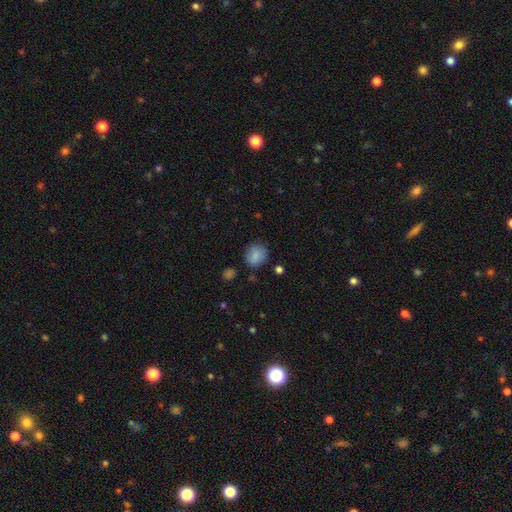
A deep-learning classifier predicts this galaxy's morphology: smooth-or-featured: smooth: 84% | star or artifact: 10% | featured or disk: 6%
  how-rounded: round: 71% | in between: 28% | cigar-shaped: 1%
  merging: none: 77% | minor disturbance: 16% | major disturbance: 4% | merger: 3%